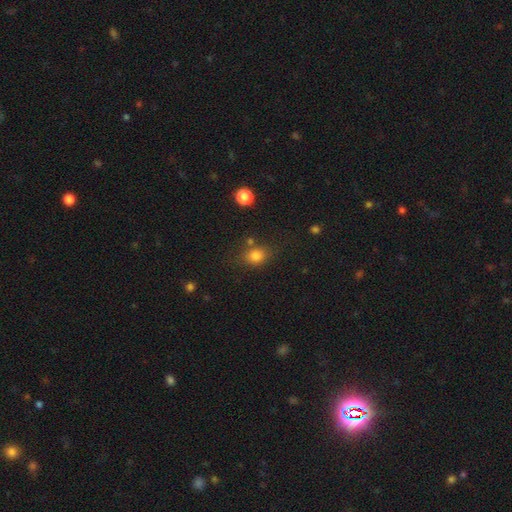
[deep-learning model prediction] Smooth or featured? Predicted: smooth (p=0.80). How rounded? Predicted: round (p=0.53). Merging? Predicted: none (p=0.70).